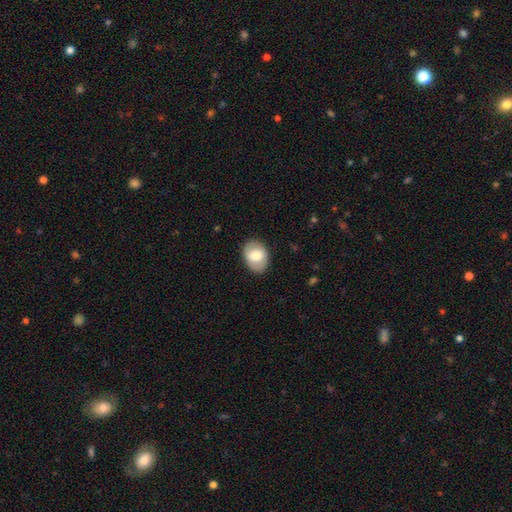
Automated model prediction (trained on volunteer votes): Smooth or featured? smooth (70%)
How rounded? in between (78%)
Merging? none (85%)